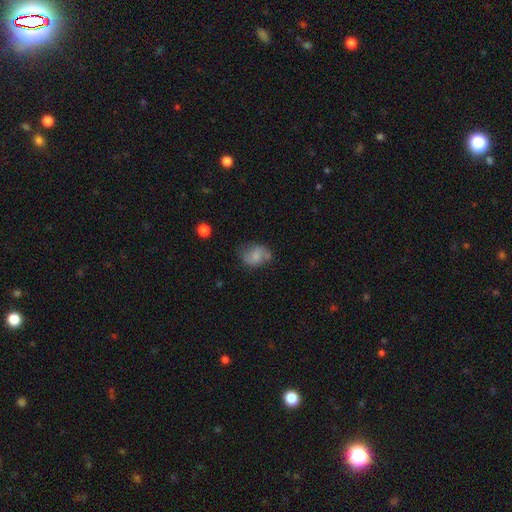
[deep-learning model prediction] Smooth or featured: smooth — 56% (featured or disk — 34%)
How rounded: in between — 64% (round — 35%)
Merging: none — 53% (minor disturbance — 28%)